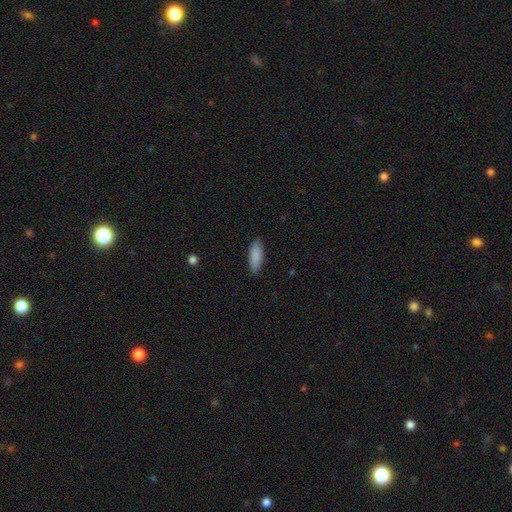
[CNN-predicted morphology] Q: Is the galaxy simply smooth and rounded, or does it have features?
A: smooth — 89%.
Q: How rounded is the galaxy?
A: in between — 65%.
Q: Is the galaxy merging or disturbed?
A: none — 88%.